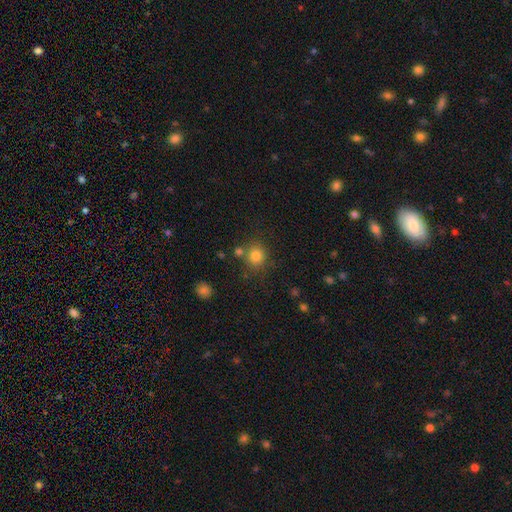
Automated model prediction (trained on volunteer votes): Overall: smooth (81%). How rounded: round (85%). Merging: none (74%).